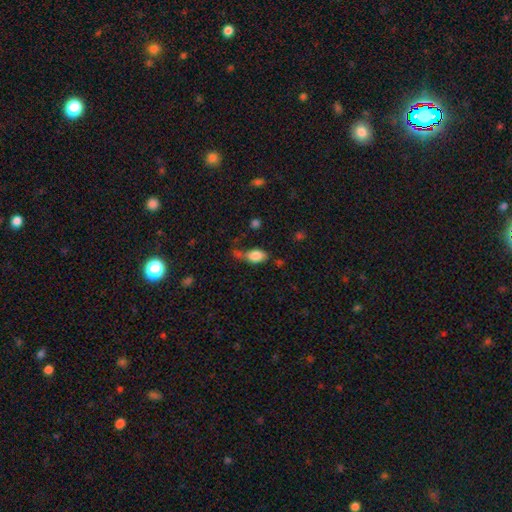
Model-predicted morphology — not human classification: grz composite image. It shows a smooth galaxy with no disk features (83%) that is in between round and cigar-shaped (87%). Merging: none (46%).